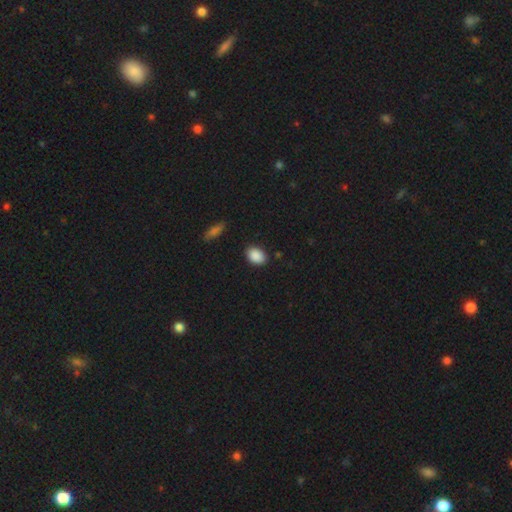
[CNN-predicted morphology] Smooth or featured? Predicted: smooth (p=0.89). How rounded? Predicted: in between (p=0.81). Merging? Predicted: none (p=0.86).